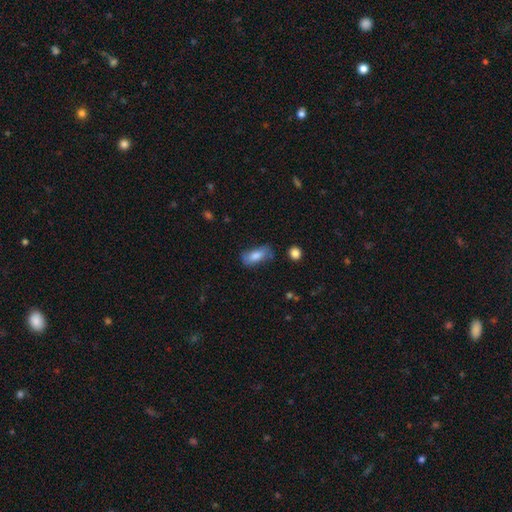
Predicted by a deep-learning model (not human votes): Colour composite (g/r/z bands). It shows a smooth galaxy with no disk features (79%) that is in between round and cigar-shaped (84%). Merging: none (64%).